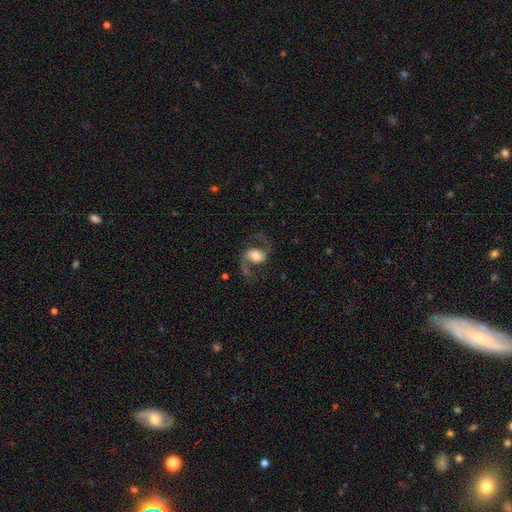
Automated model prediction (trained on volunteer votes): smooth-or-featured: featured or disk: 81% | smooth: 13% | star or artifact: 6%
  disk-edge-on: no: 97% | yes: 3%
    bar: no: 49% | weak: 35% | strong: 17%
    has-spiral-arms: yes: 95% | no: 5%
      spiral-winding: loose: 58% | medium: 36% | tight: 6%
      spiral-arm-count: 2: 93% | 1: 3% | can't tell: 2% | 3: 1% | 4: 1% | more than 4: 1%
    bulge-size: moderate: 58% | large: 23% | small: 13% | dominant: 3% | none: 2%
  merging: none: 71% | minor disturbance: 14% | major disturbance: 13% | merger: 2%